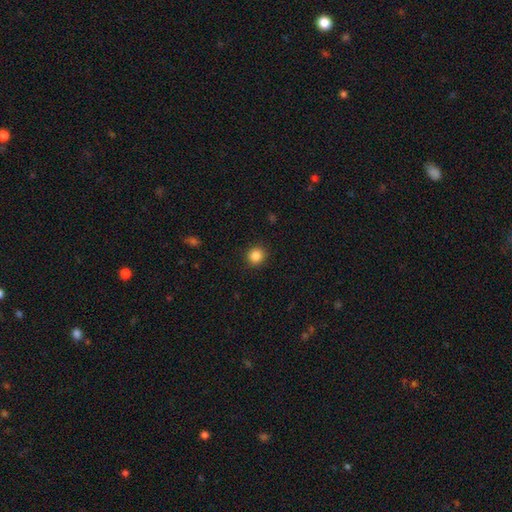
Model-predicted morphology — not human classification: smooth_or_featured: smooth (p=0.86) [alt: star or artifact p=0.10]
how_rounded: round (p=0.90) [alt: in between p=0.09]
merging: none (p=0.90) [alt: minor disturbance p=0.07]